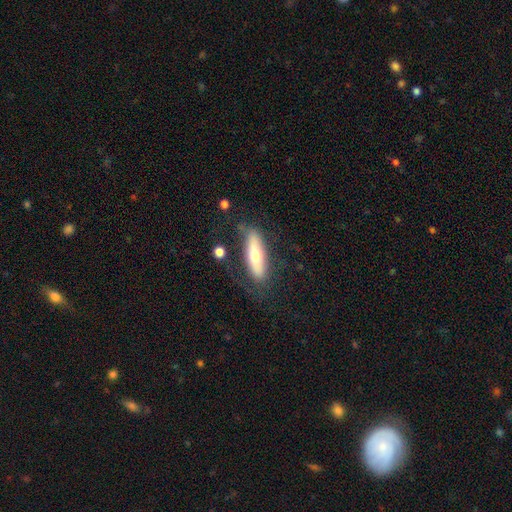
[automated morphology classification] Smooth or featured? Predicted: smooth (p=0.55). How rounded? Predicted: cigar-shaped (p=0.57). Merging? Predicted: none (p=0.68).